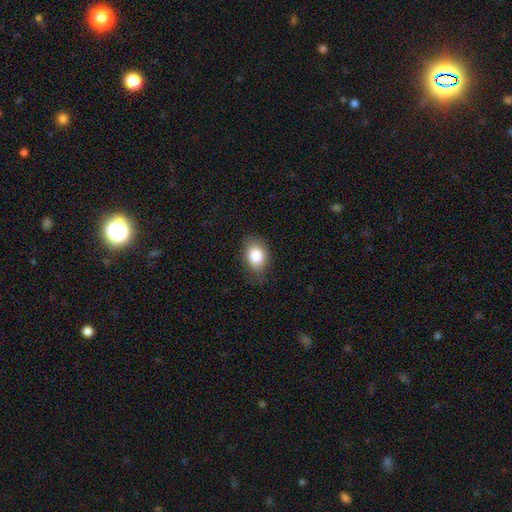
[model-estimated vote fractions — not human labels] Smooth or featured? Predicted: smooth (p=0.84). How rounded? Predicted: in between (p=0.78). Merging? Predicted: none (p=0.74).